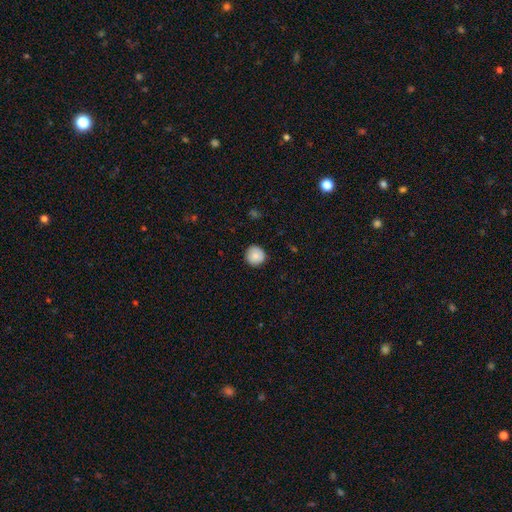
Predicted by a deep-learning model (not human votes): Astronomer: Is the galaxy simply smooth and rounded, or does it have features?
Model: smooth — 85%.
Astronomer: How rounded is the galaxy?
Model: round — 94%.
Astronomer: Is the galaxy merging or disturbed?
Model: none — 89%.